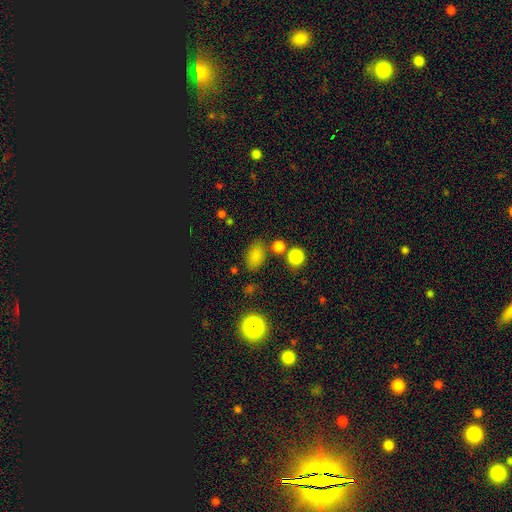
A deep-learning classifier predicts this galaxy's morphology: Q: Smooth or featured?
A: smooth (79%); runner-up: star or artifact (14%)
Q: How rounded?
A: in between (85%); runner-up: round (13%)
Q: Merging?
A: none (73%); runner-up: minor disturbance (14%)